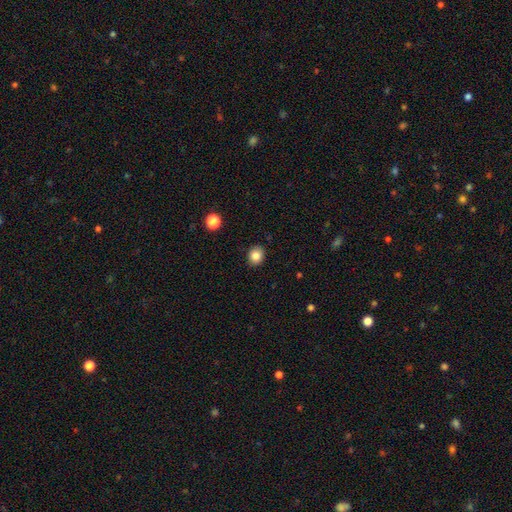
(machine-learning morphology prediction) Q: Smooth or featured?
A: smooth (85%); runner-up: star or artifact (10%)
Q: How rounded?
A: round (64%); runner-up: in between (35%)
Q: Merging?
A: none (88%); runner-up: minor disturbance (9%)